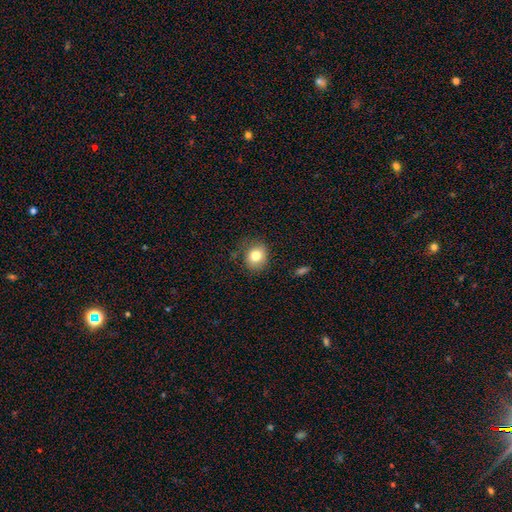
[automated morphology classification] smooth-or-featured: smooth: 80% | featured or disk: 10% | star or artifact: 10%
  how-rounded: round: 72% | in between: 27% | cigar-shaped: 1%
  merging: none: 79% | minor disturbance: 15% | major disturbance: 4% | merger: 1%